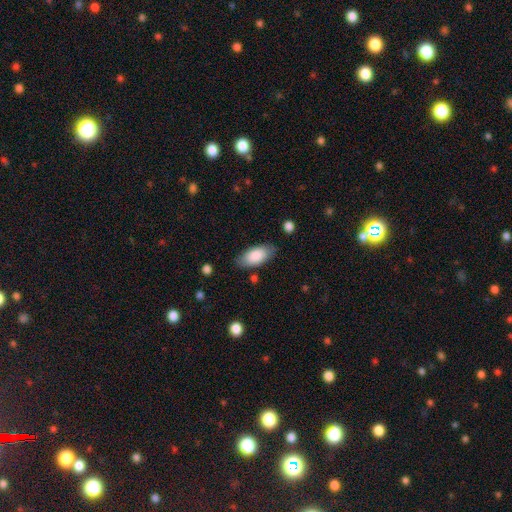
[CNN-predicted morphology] Smooth or featured? smooth (85%)
How rounded? in between (91%)
Merging? none (81%)